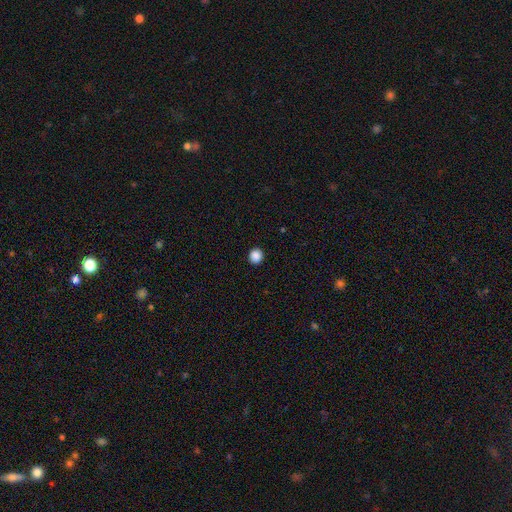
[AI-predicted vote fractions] This appears to be a smooth galaxy with no disk features (88%) that is round (89%). Merging: none (93%).